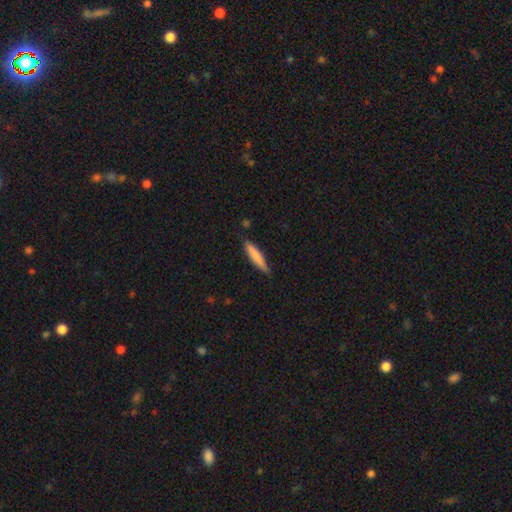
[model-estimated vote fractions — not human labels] Smooth or featured? Predicted: smooth (p=0.78). How rounded? Predicted: cigar-shaped (p=0.88). Merging? Predicted: none (p=0.80).